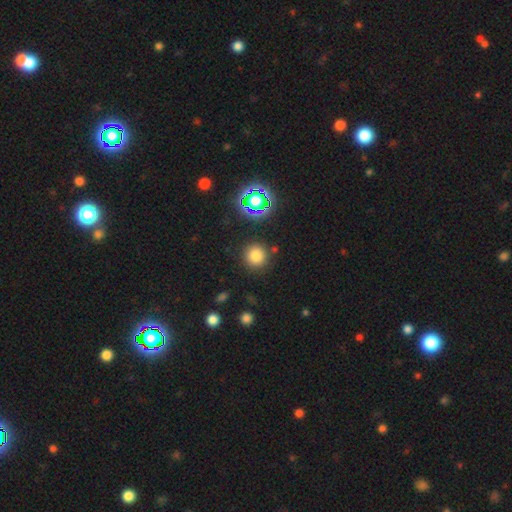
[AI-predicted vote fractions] Smooth or featured? Predicted: smooth (p=0.73). How rounded? Predicted: round (p=0.93). Merging? Predicted: none (p=0.87).